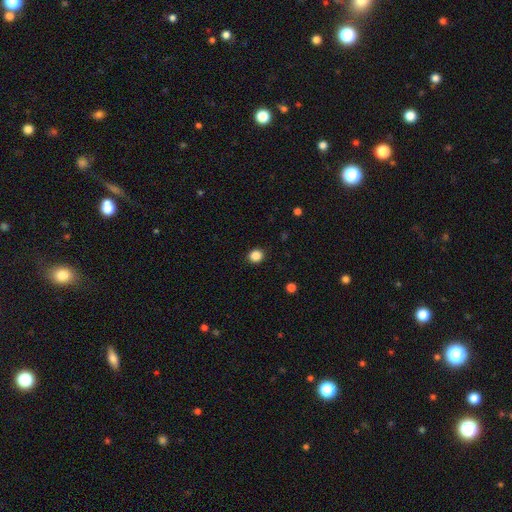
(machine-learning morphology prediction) The model was most divided on "how rounded": round: 85%, in between: 14%, cigar-shaped: 1%. More confident: merging — none (91%); smooth or featured — smooth (86%).